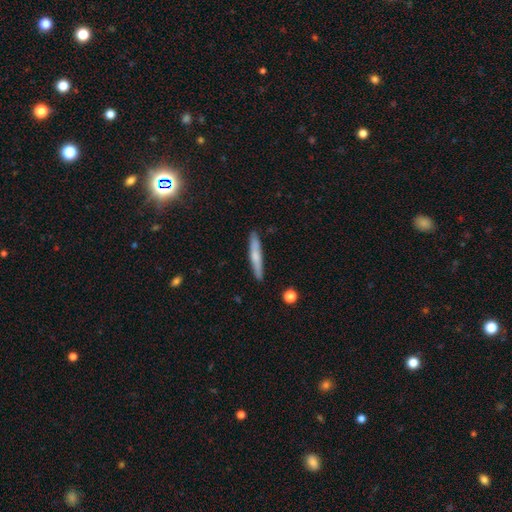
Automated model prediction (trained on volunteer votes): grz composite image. It shows a smooth galaxy with no disk features (62%) that is cigar-shaped (94%). Merging: none (88%).